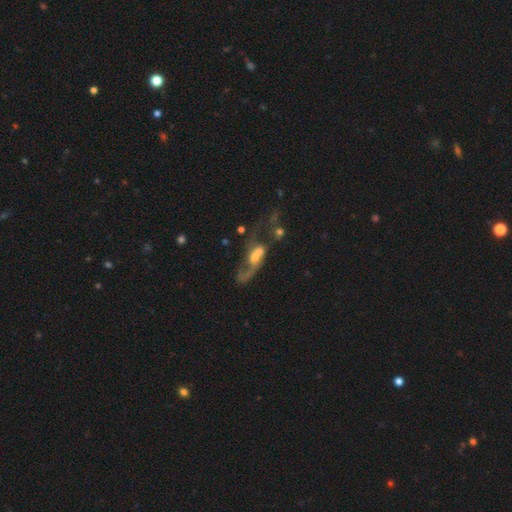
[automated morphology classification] type=featured or disk (60%); edge-on=no (91%); bar=no (68%); spiral arms=yes (61%); bulge=moderate (48%); merging=merger (60%).